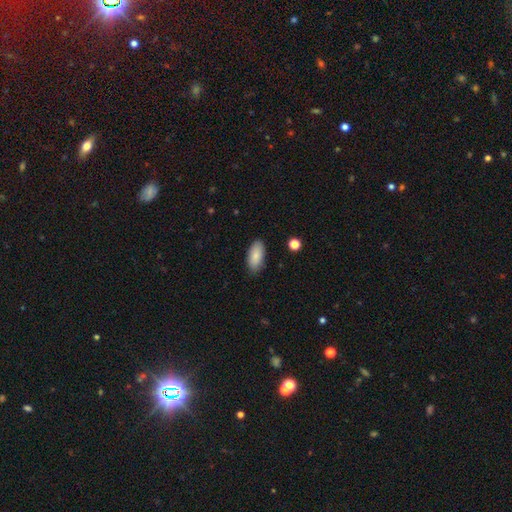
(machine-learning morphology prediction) smooth-or-featured: smooth: 85% | featured or disk: 8% | star or artifact: 6%
  how-rounded: in between: 91% | cigar-shaped: 7% | round: 2%
  merging: none: 84% | minor disturbance: 12% | major disturbance: 2% | merger: 1%